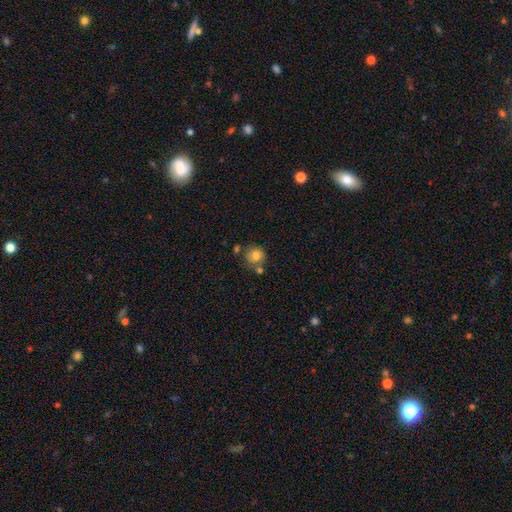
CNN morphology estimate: Smooth or featured? smooth (69%)
How rounded? round (87%)
Merging? none (58%)